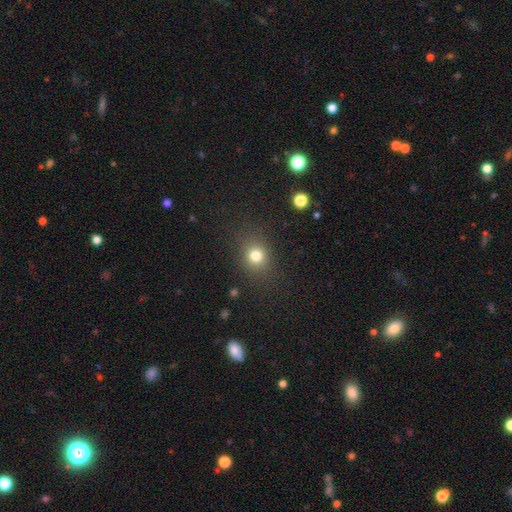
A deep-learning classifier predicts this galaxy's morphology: Smooth or featured? Predicted: smooth (p=0.78). How rounded? Predicted: round (p=0.71). Merging? Predicted: none (p=0.83).